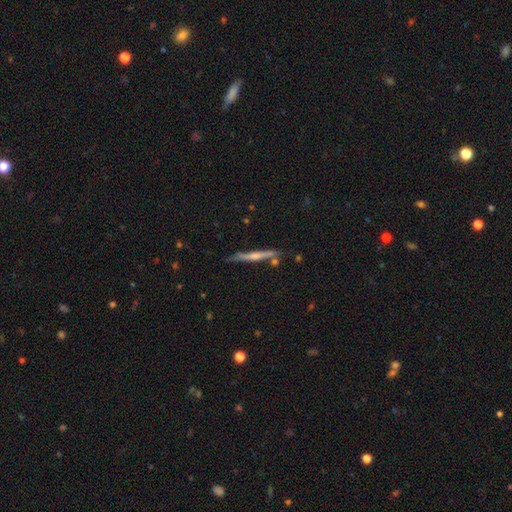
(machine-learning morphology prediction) featured or disk 62%, smooth 31%, star or artifact 6%. Down the decision tree: edge-on disk — yes (96%); edge-on bulge — rounded (53%); merging — none (77%).